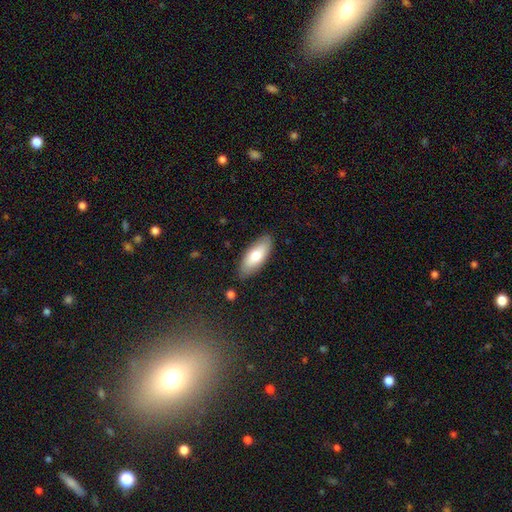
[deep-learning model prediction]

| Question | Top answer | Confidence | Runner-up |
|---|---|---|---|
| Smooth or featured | smooth | 72% | featured or disk (22%) |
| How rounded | in between | 79% | cigar-shaped (19%) |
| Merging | none | 86% | minor disturbance (11%) |